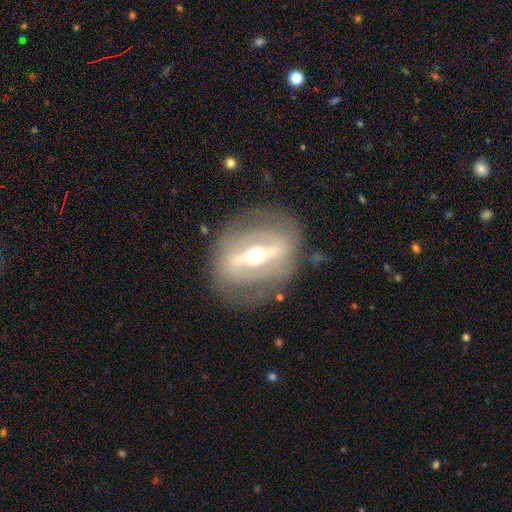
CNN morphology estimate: A featured or disk galaxy (80%) with a strong bar (78%), no spiral arms (68%) and a moderate central bulge (72%). Merging: none (77%).